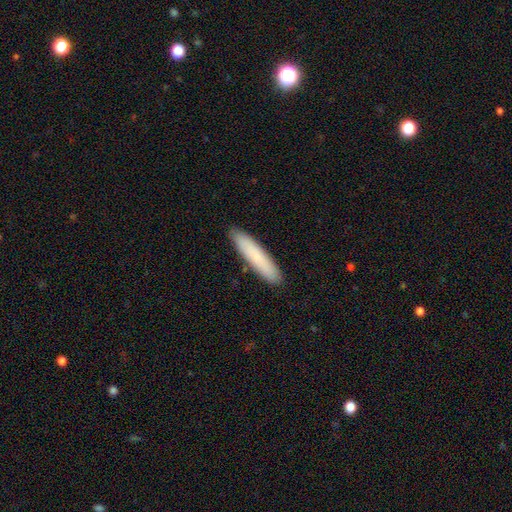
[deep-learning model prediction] Smooth or featured? Predicted: smooth (p=0.80). How rounded? Predicted: cigar-shaped (p=0.87). Merging? Predicted: none (p=0.90).